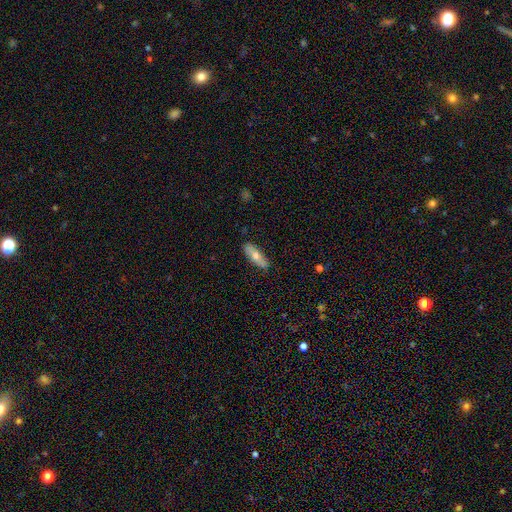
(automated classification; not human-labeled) Morphology: type=smooth (54%); roundness=cigar-shaped (49%); merging=none (87%).